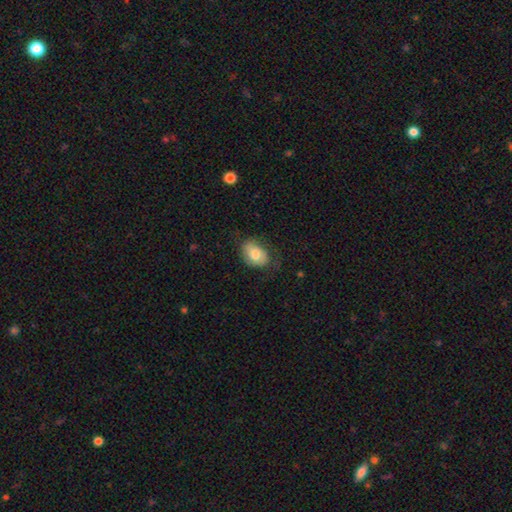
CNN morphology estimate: A smooth galaxy with no disk features (74%) that is in between round and cigar-shaped (80%). Merging: none (62%).